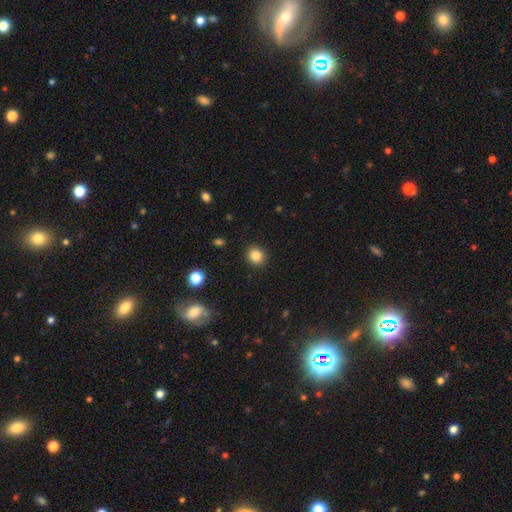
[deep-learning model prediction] The model was most divided on "smooth or featured": smooth: 84%, star or artifact: 11%, featured or disk: 5%. More confident: merging — none (91%); how rounded — round (87%).